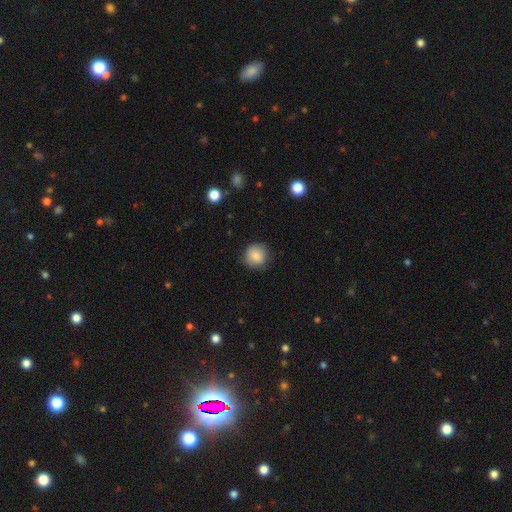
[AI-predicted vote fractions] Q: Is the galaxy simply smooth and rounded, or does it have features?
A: smooth — 84%.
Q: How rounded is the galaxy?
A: round — 87%.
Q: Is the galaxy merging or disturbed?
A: none — 82%.